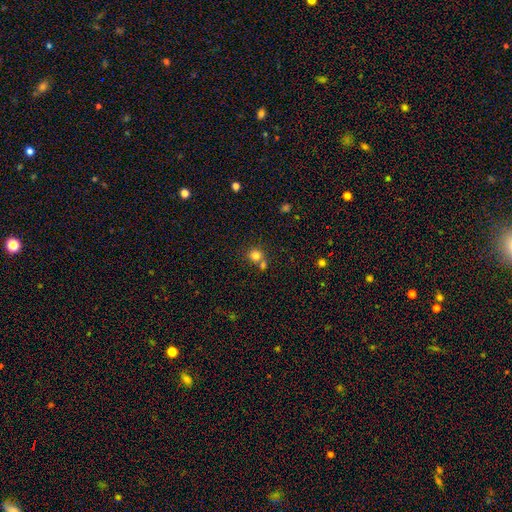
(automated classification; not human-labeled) This appears to be a smooth galaxy with no disk features (80%) that is round (88%). Merging: none (58%).